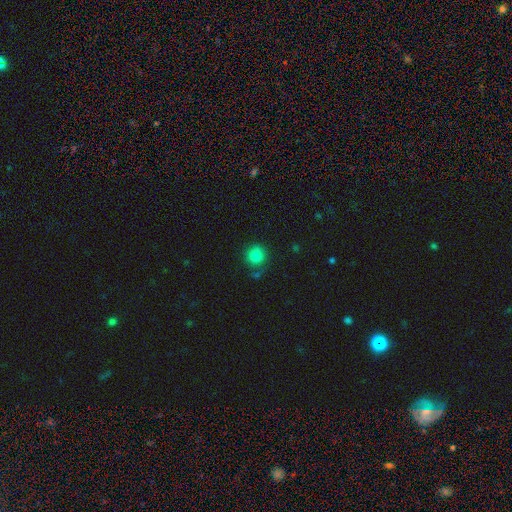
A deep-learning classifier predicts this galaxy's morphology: smooth_or_featured: smooth (p=0.82) [alt: star or artifact p=0.12]
how_rounded: round (p=0.93) [alt: in between p=0.06]
merging: none (p=0.80) [alt: minor disturbance p=0.11]